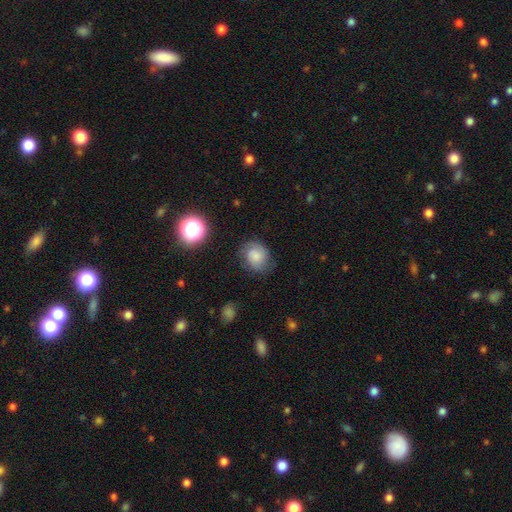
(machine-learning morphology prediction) Smooth or featured? smooth (65%)
How rounded? round (68%)
Merging? none (71%)